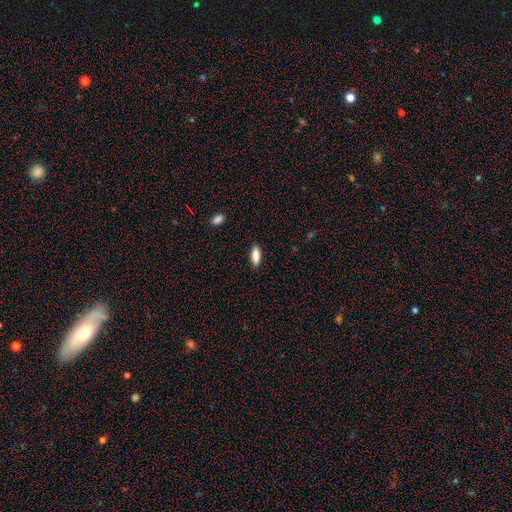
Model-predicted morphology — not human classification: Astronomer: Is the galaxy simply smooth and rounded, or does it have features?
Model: smooth — 87%.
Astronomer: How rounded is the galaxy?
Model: in between — 71%.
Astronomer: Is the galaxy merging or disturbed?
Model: none — 89%.